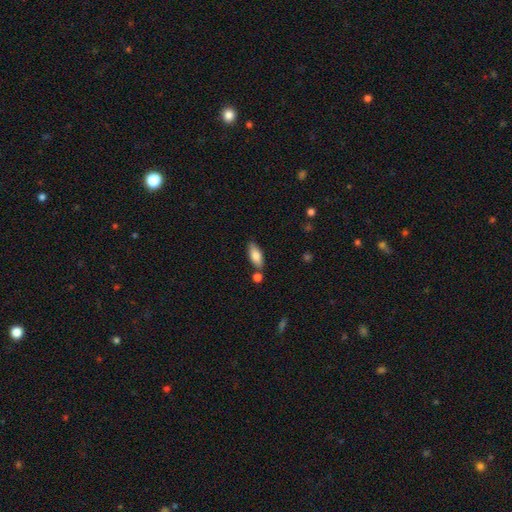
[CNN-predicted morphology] This appears to be a smooth galaxy with no disk features (80%) that is in between round and cigar-shaped (81%). Merging: none (73%).